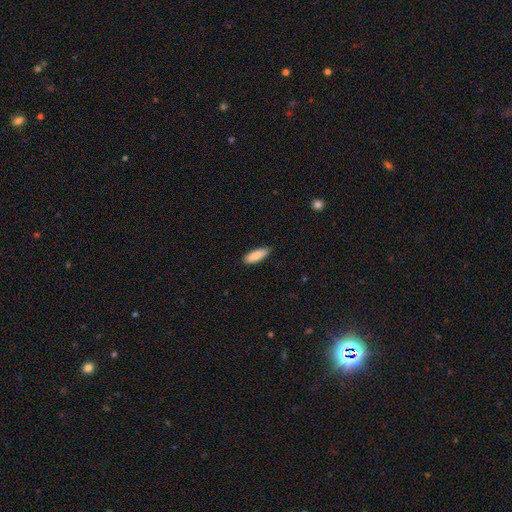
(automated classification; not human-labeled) Q: Smooth or featured?
A: smooth (87%); runner-up: featured or disk (7%)
Q: How rounded?
A: in between (60%); runner-up: cigar-shaped (38%)
Q: Merging?
A: none (84%); runner-up: minor disturbance (13%)